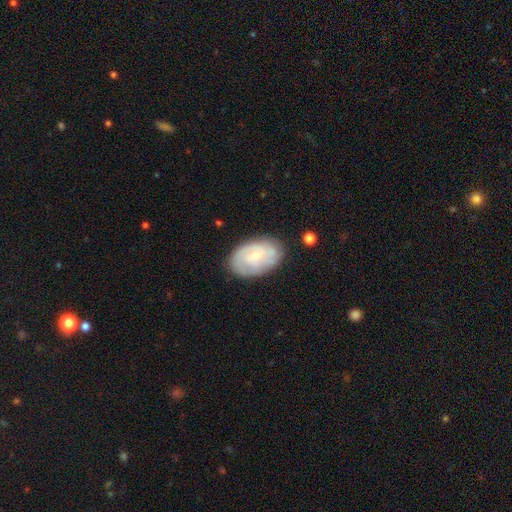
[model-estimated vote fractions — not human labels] Smooth or featured?
  - featured or disk: 59% *
  - smooth: 35%
  - star or artifact: 7%
Edge-on disk?
  - no: 96% *
  - yes: 4%
Bar?
  - no: 64% *
  - weak: 31%
  - strong: 5%
Spiral arms?
  - yes: 79% *
  - no: 21%
Bulge size?
  - small: 72% *
  - moderate: 22%
  - none: 4%
  - large: 1%
  - dominant: 1%
Merging?
  - none: 77% *
  - minor disturbance: 17%
  - major disturbance: 4%
  - merger: 2%